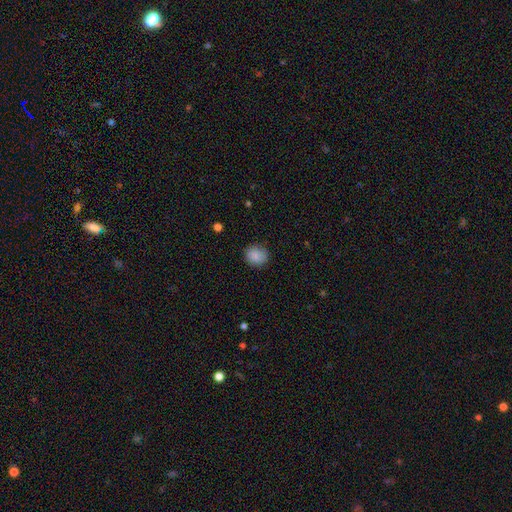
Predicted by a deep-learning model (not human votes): Overall: smooth (85%). How rounded: round (79%). Merging: none (85%).